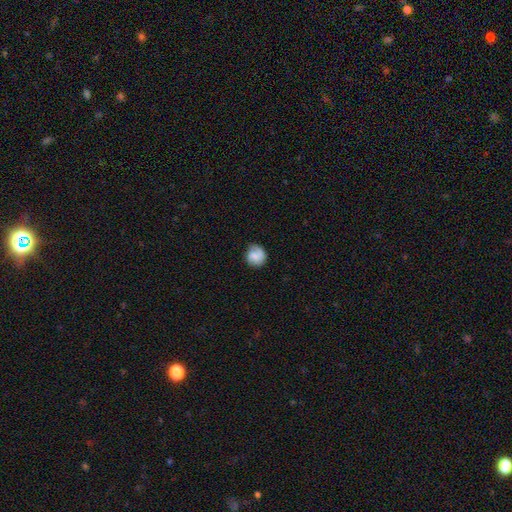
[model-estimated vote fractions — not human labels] Q: Smooth or featured?
A: smooth (65%); runner-up: featured or disk (27%)
Q: How rounded?
A: round (85%); runner-up: in between (14%)
Q: Merging?
A: none (70%); runner-up: minor disturbance (22%)